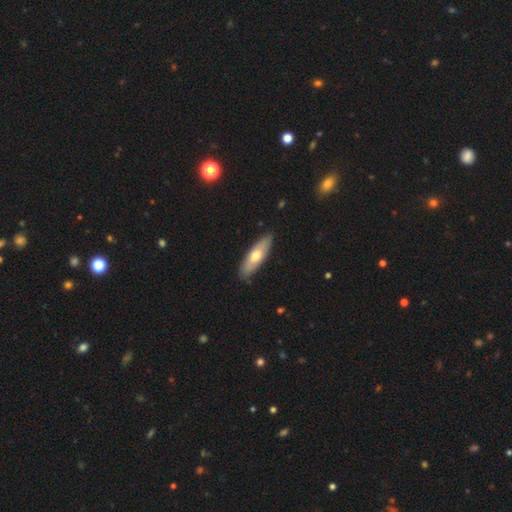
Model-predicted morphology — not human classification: This is possibly a smooth galaxy (59%). How rounded: possibly in between (53%). Merging: clearly none (86%).